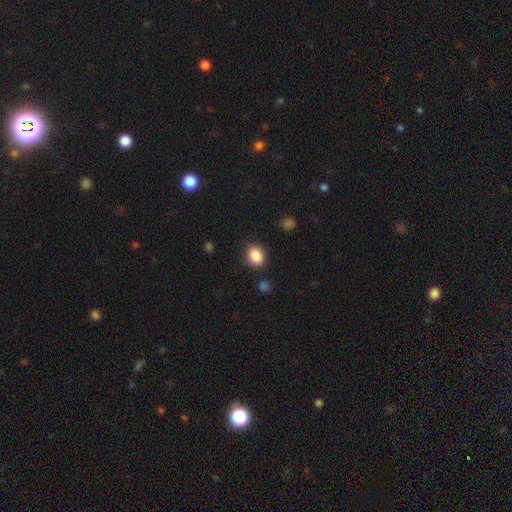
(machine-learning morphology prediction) smooth 87%, star or artifact 9%, featured or disk 4%. Down the decision tree: how rounded — in between (52%); merging — none (85%).